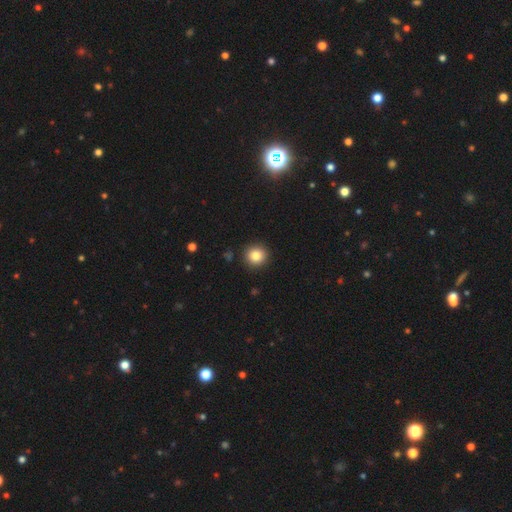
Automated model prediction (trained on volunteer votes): A smooth galaxy with no disk features (83%) that is round (93%). Merging: none (92%).